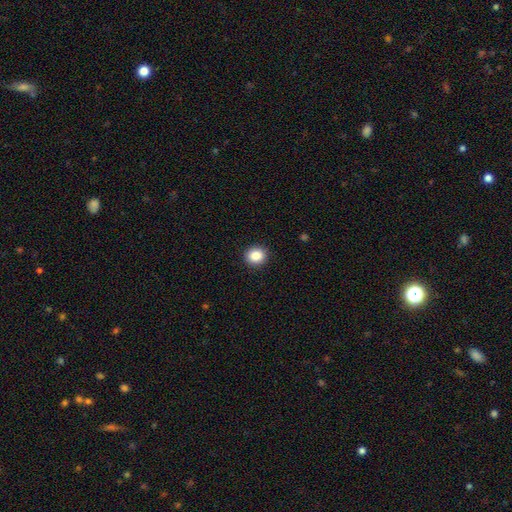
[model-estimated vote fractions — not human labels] This appears to be a smooth galaxy with no disk features (86%) that is round (80%). Merging: none (92%).